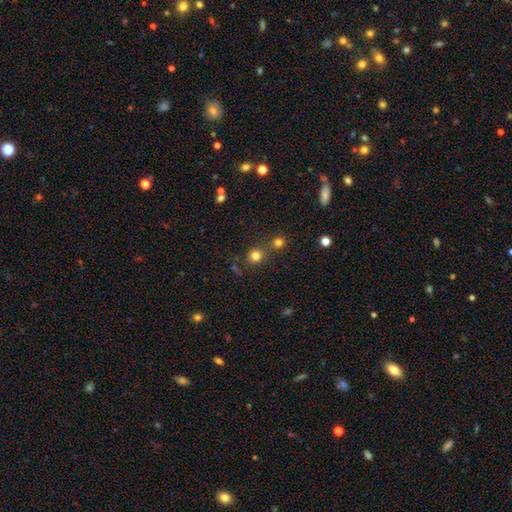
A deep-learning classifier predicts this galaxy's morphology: Overall: smooth (77%). How rounded: round (90%). Merging: none (70%).